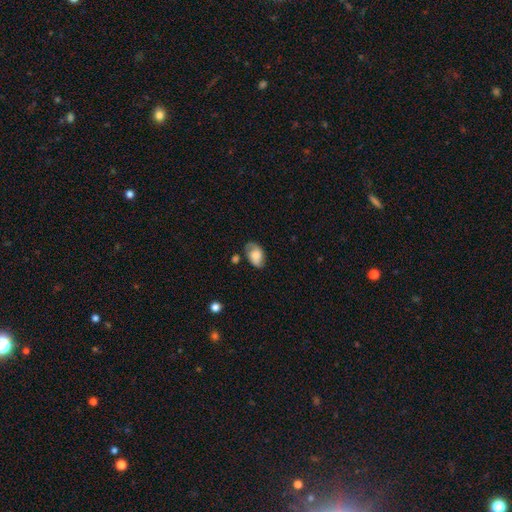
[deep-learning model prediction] Smooth or featured? smooth (60%)
How rounded? in between (88%)
Merging? none (61%)